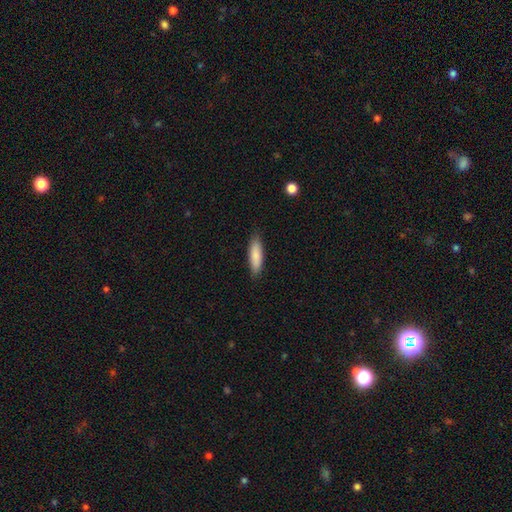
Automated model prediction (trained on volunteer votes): Smooth or featured: smooth — 84% (featured or disk — 10%)
How rounded: cigar-shaped — 59% (in between — 39%)
Merging: none — 86% (minor disturbance — 11%)